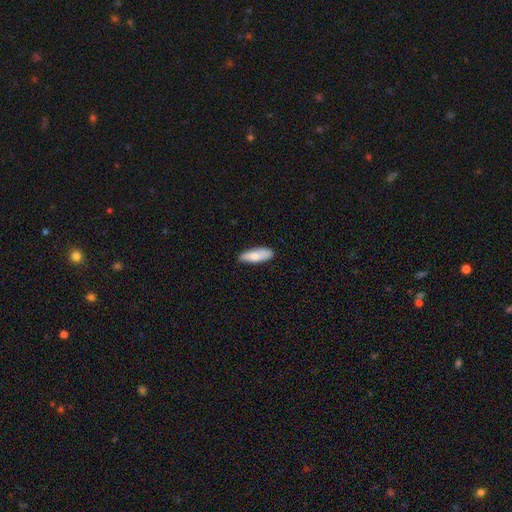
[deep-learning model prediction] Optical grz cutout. It shows a smooth galaxy with no disk features (76%) that is in between round and cigar-shaped (58%). Merging: none (82%).